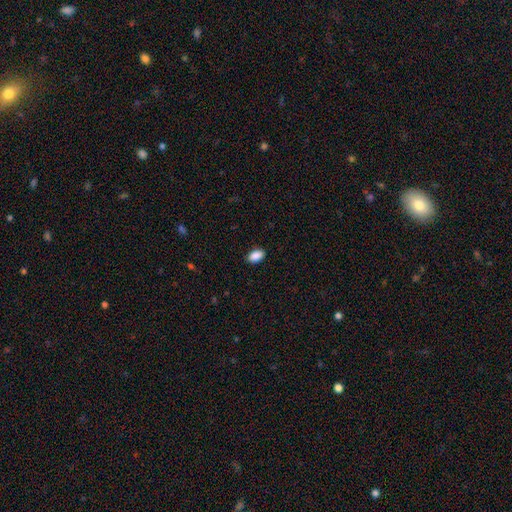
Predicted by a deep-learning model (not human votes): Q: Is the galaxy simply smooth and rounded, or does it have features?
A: smooth — 89%.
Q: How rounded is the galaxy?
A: in between — 92%.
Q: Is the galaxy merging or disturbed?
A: none — 89%.